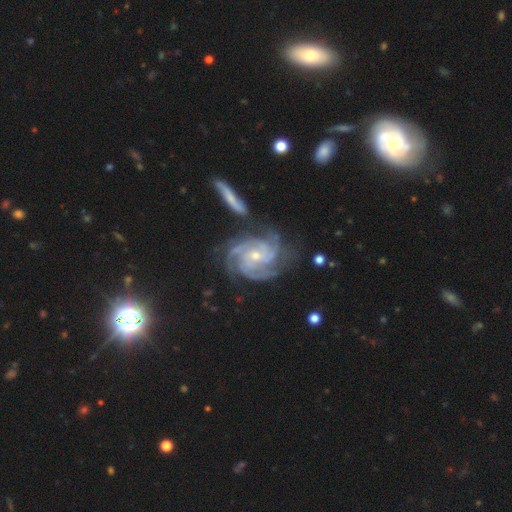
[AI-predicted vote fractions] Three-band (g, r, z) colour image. It shows a featured or disk galaxy (90%) with no bar (63%), 4 (34%) tight (64%) spiral arms (98%) and a small central bulge (63%). Merging: none (66%).